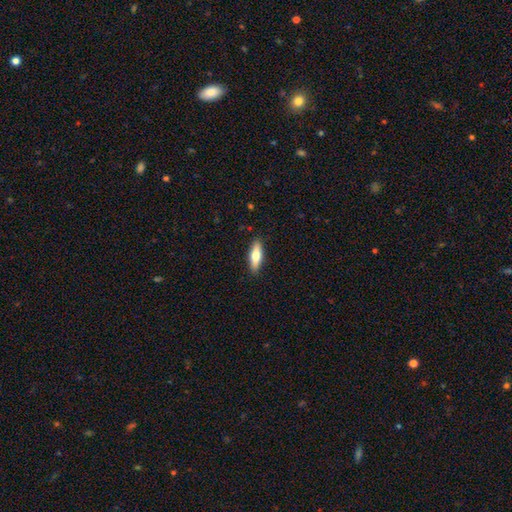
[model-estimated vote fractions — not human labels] smooth-or-featured: smooth: 62% | featured or disk: 32% | star or artifact: 6%
  how-rounded: cigar-shaped: 50% | in between: 48% | round: 2%
  merging: none: 89% | minor disturbance: 8% | major disturbance: 2% | merger: 1%